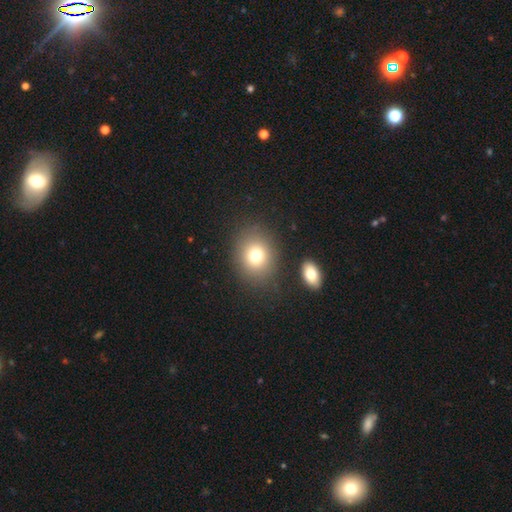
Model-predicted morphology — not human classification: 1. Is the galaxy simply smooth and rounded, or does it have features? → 75% smooth, 14% star or artifact, 11% featured or disk.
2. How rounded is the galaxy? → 63% round, 36% in between, 1% cigar-shaped.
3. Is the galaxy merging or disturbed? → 81% none, 9% minor disturbance, 5% merger, 4% major disturbance.